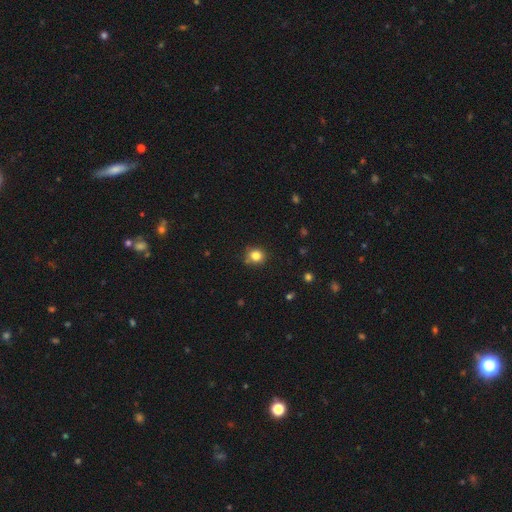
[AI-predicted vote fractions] This appears to be a smooth galaxy with no disk features (82%) that is round (85%). Merging: none (80%).